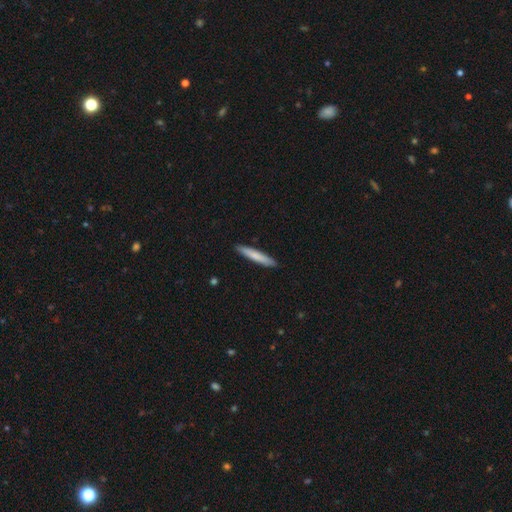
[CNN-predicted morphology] This is likely a smooth galaxy (74%). How rounded: clearly cigar-shaped (94%). Merging: clearly none (91%).